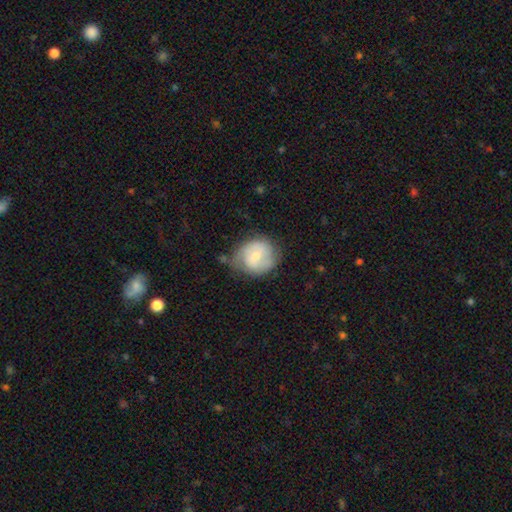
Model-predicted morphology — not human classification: A smooth galaxy with no disk features (50%). Merging: none (55%).